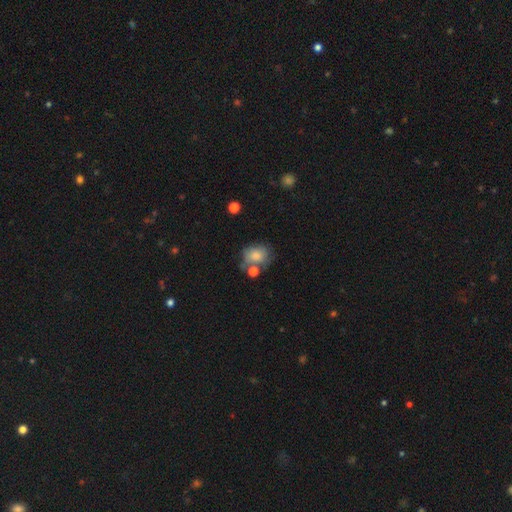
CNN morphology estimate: Smooth or featured?
  - smooth: 74% *
  - featured or disk: 17%
  - star or artifact: 9%
How rounded?
  - in between: 50% *
  - round: 49%
  - cigar-shaped: 1%
Merging?
  - none: 44% *
  - minor disturbance: 23%
  - merger: 19%
  - major disturbance: 13%